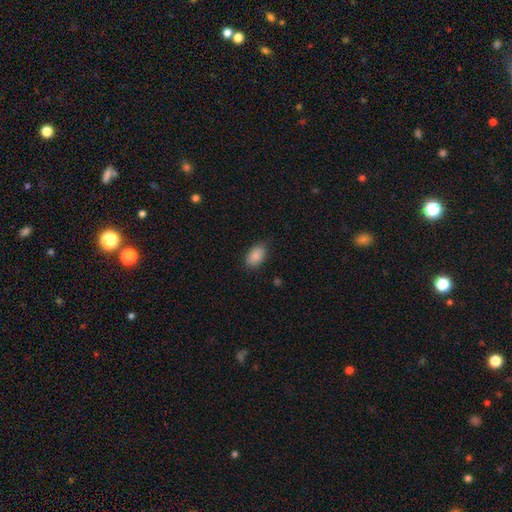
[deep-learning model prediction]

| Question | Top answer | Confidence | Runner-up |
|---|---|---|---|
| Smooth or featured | smooth | 89% | star or artifact (7%) |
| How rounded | in between | 90% | round (9%) |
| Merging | none | 81% | minor disturbance (15%) |